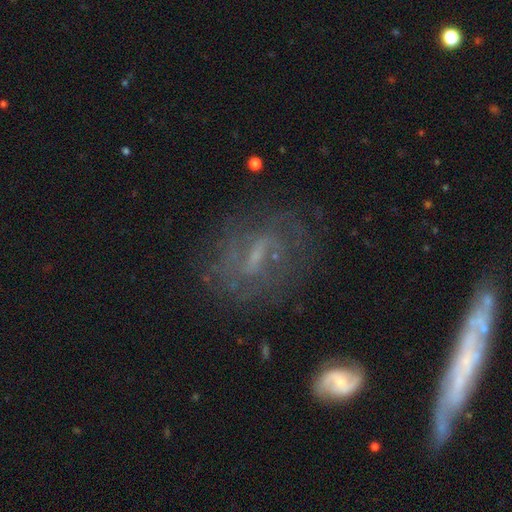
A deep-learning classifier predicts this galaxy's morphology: This appears to be a featured or disk galaxy (69%) with a weak bar (45%), spiral arms (63%) and a small central bulge (49%). Merging: none (62%).